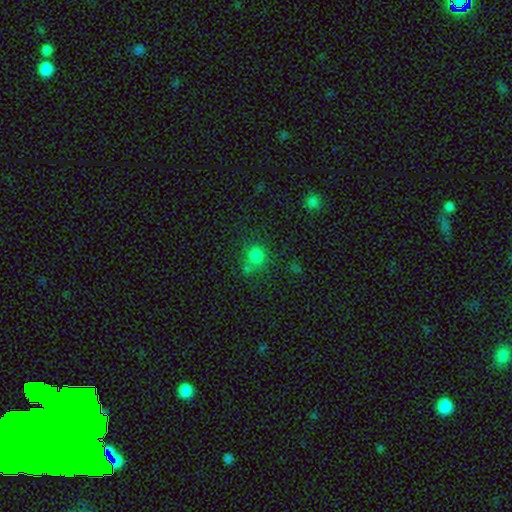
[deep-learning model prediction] smooth-or-featured: smooth: 78% | star or artifact: 16% | featured or disk: 6%
  how-rounded: round: 78% | in between: 20% | cigar-shaped: 1%
  merging: none: 62% | merger: 17% | minor disturbance: 15% | major disturbance: 6%